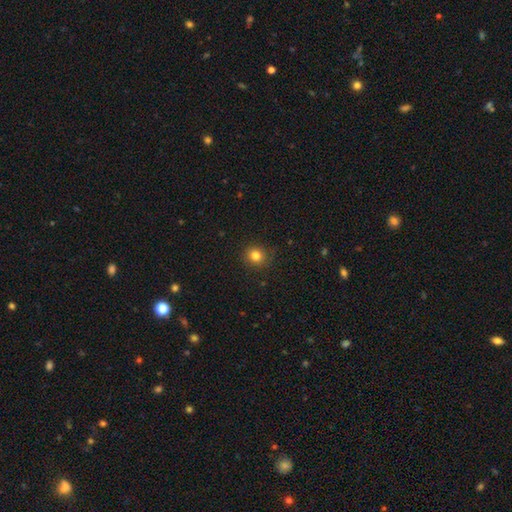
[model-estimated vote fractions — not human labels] Q: Smooth or featured?
A: smooth (82%); runner-up: star or artifact (13%)
Q: How rounded?
A: round (88%); runner-up: in between (11%)
Q: Merging?
A: none (89%); runner-up: minor disturbance (8%)